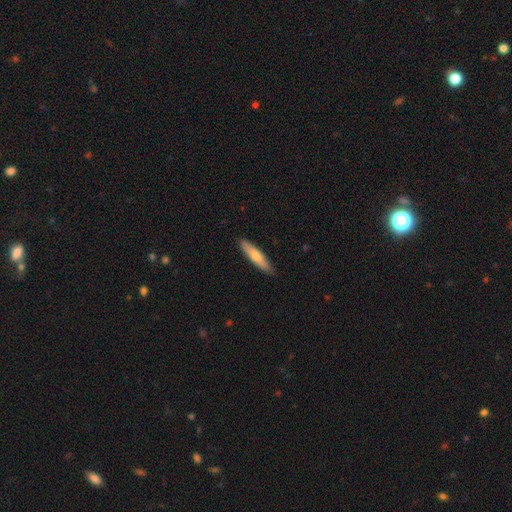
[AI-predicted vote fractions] Overall: smooth (67%; featured or disk 28%). How rounded: cigar-shaped (81%). Merging: none (89%).